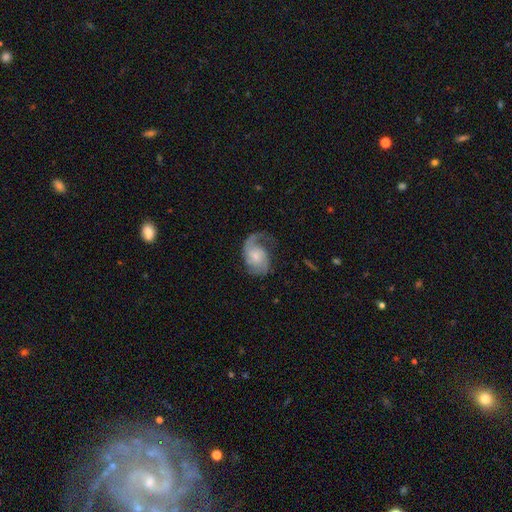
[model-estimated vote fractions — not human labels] Overall: featured or disk (76%). Edge-on disk: no (98%). Bar: no (66%; weak 30%). Spiral arms: yes (93%). Spiral arm count: 2 (50%; 1 38%). Spiral winding: loose (41%, tied with medium). Bulge size: small (50%; moderate 33%). Merging: none (44%; major disturbance 31%).